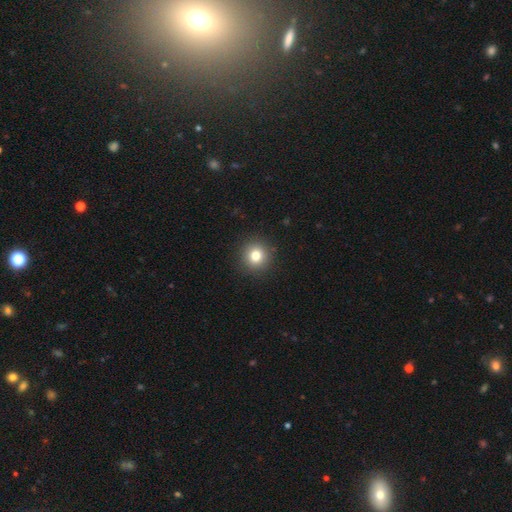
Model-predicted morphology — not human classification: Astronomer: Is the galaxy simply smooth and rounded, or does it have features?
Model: smooth — 80%.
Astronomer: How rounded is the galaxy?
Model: round — 93%.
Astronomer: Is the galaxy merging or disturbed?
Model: none — 92%.